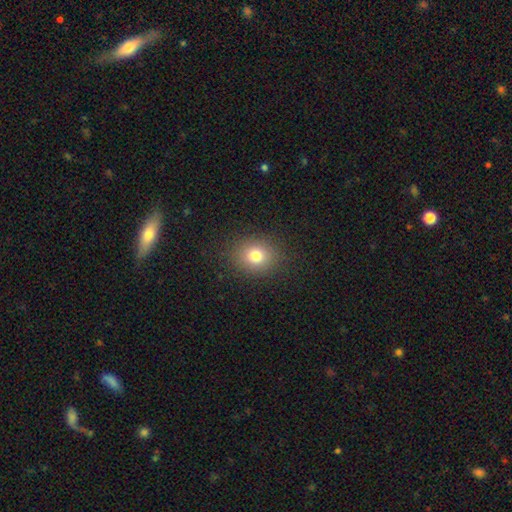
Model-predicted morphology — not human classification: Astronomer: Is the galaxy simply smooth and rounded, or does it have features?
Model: smooth — 78%.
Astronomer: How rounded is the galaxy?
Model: round — 66%.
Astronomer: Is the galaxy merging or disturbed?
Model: none — 87%.